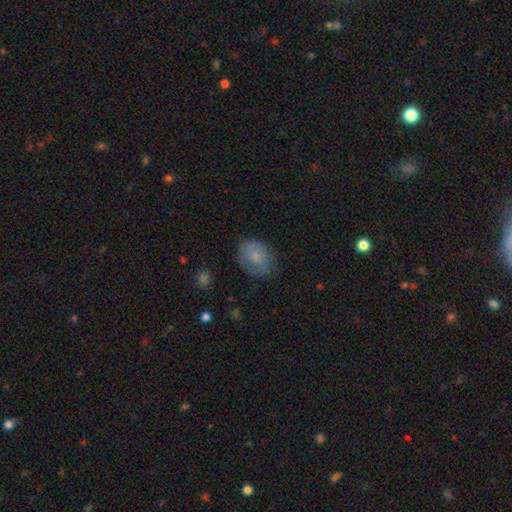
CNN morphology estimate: Smooth or featured? smooth (74%)
How rounded? in between (59%)
Merging? none (73%)